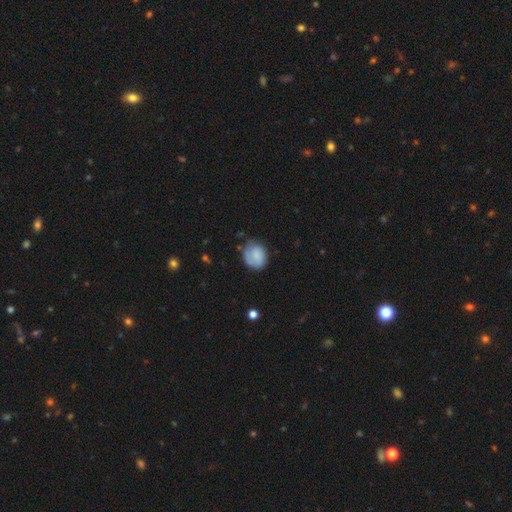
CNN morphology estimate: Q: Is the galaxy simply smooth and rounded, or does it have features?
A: smooth — 71%.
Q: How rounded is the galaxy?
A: round — 60%.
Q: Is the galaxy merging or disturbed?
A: none — 61%.